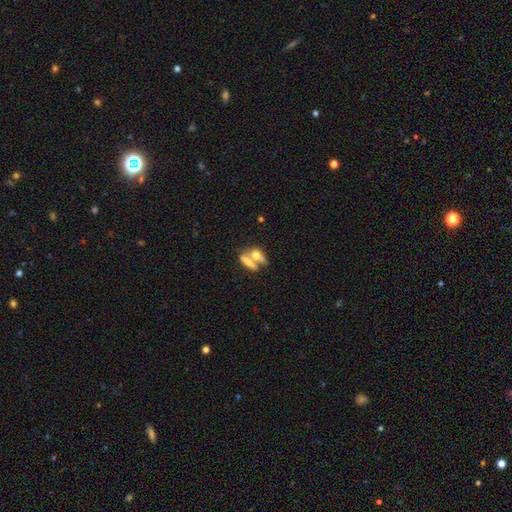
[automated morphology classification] Q: Smooth or featured?
A: smooth (63%); runner-up: featured or disk (28%)
Q: How rounded?
A: in between (58%); runner-up: cigar-shaped (27%)
Q: Merging?
A: merger (58%); runner-up: none (29%)